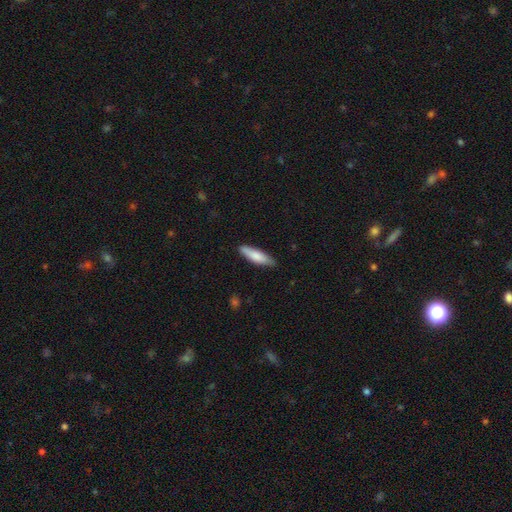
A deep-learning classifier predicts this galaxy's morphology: This is likely a smooth galaxy (78%). How rounded: likely cigar-shaped (64%). Merging: clearly none (81%).